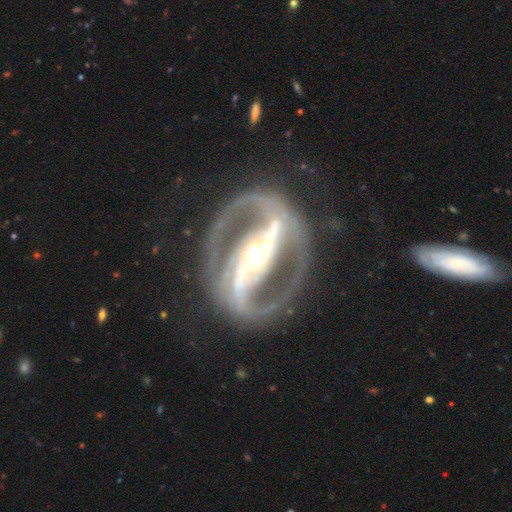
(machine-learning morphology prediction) featured or disk 92%, star or artifact 4%, smooth 3%. Down the decision tree: edge-on disk — no (95%); bar — strong (82%); spiral arms — yes (94%); spiral arm count — 2 (93%); spiral winding — medium (53%); bulge size — moderate (60%); merging — none (76%).